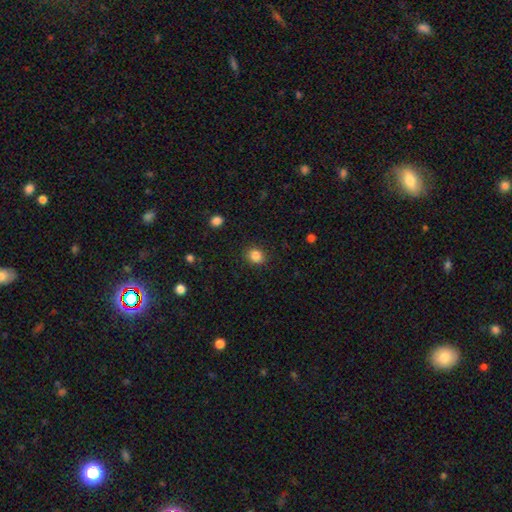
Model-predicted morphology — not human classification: Smooth or featured?
  - smooth: 85% *
  - star or artifact: 11%
  - featured or disk: 4%
How rounded?
  - round: 74% *
  - in between: 25%
  - cigar-shaped: 1%
Merging?
  - none: 88% *
  - minor disturbance: 8%
  - major disturbance: 2%
  - merger: 1%